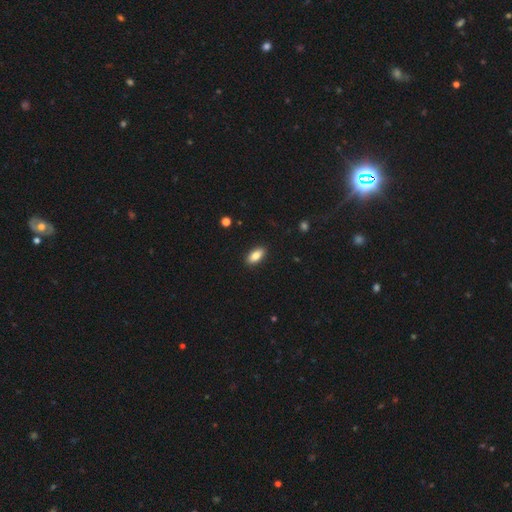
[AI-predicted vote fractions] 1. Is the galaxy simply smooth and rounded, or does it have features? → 84% smooth, 9% featured or disk, 7% star or artifact.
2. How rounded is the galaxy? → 90% in between, 7% cigar-shaped, 3% round.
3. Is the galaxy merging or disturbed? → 90% none, 7% minor disturbance, 2% major disturbance, 1% merger.